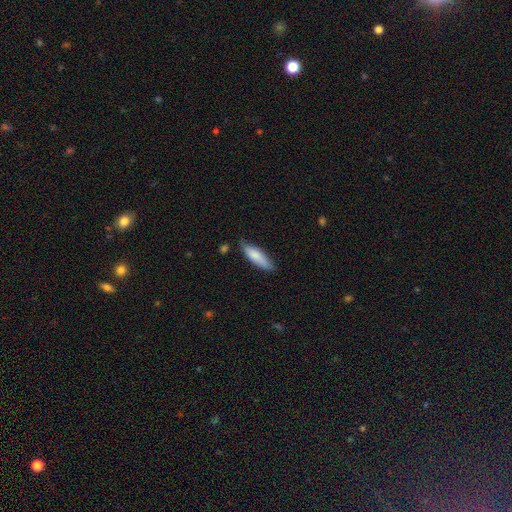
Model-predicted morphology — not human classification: A smooth galaxy with no disk features (80%) that is cigar-shaped (55%).

Vote fractions:
- Smooth or featured? smooth: 80% / featured or disk: 15% / star or artifact: 6%
- How rounded? cigar-shaped: 55% / in between: 44% / round: 2%
- Merging? none: 73% / minor disturbance: 22% / major disturbance: 3% / merger: 2%